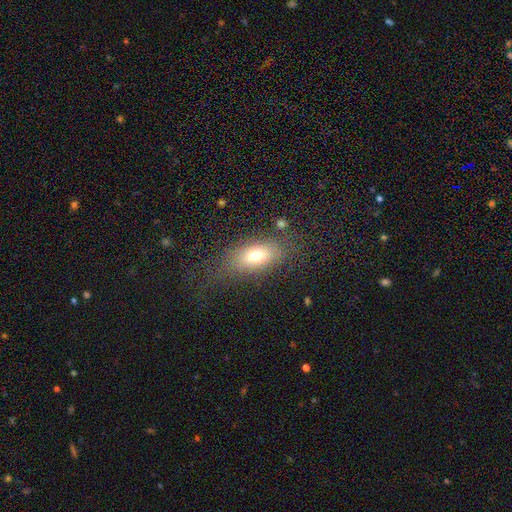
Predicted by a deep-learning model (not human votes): This is likely a smooth galaxy (71%). How rounded: clearly in between (82%). Merging: likely none (72%).